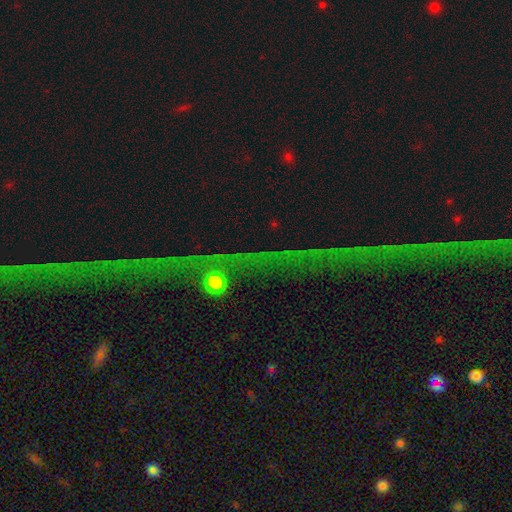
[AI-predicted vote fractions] Smooth or featured: star or artifact — 80% (featured or disk — 12%)